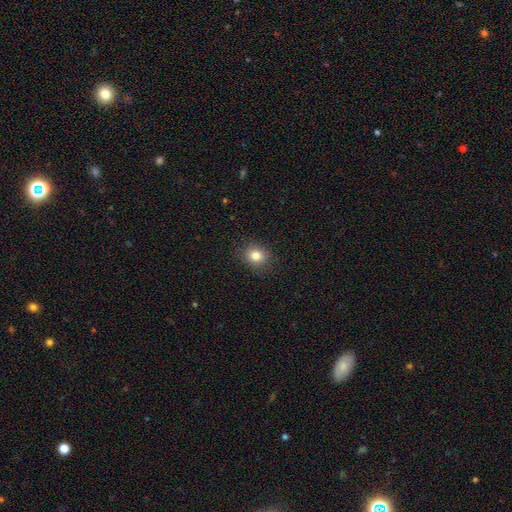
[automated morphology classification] This appears to be a smooth galaxy with no disk features (82%) that is round (73%). Merging: none (89%).